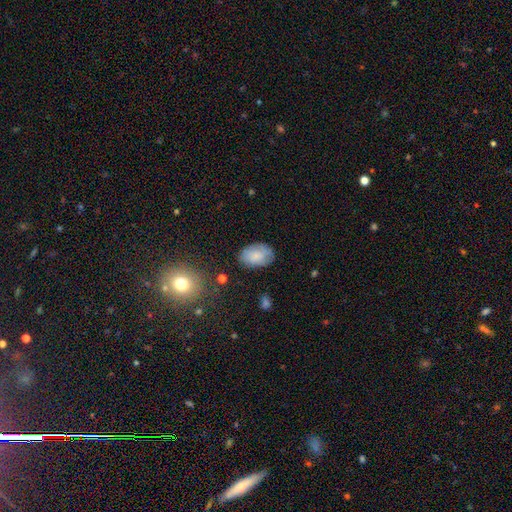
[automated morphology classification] A smooth galaxy with no disk features (77%) that is in between round and cigar-shaped (88%).

Vote fractions:
- Smooth or featured? smooth: 77% / featured or disk: 16% / star or artifact: 7%
- How rounded? in between: 88% / round: 11% / cigar-shaped: 1%
- Merging? none: 76% / minor disturbance: 17% / major disturbance: 4% / merger: 2%